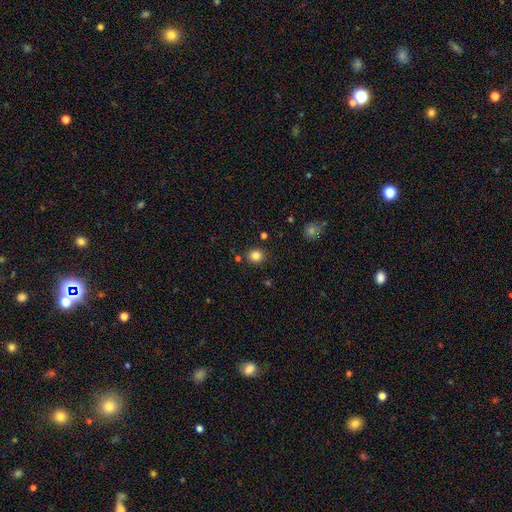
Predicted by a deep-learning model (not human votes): A smooth galaxy with no disk features (83%) that is round (82%). Merging: none (85%).